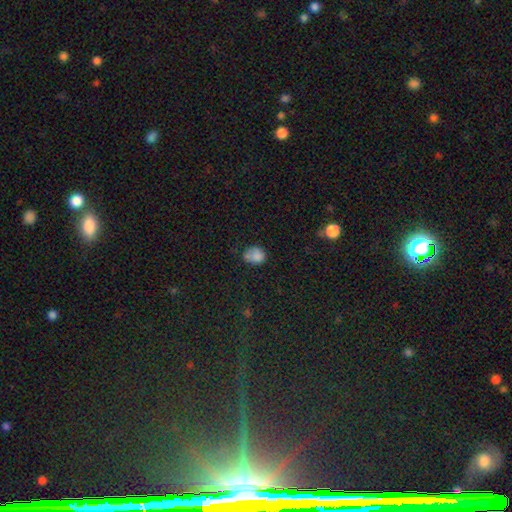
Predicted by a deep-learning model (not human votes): Smooth or featured? Predicted: smooth (p=0.79). How rounded? Predicted: in between (p=0.52). Merging? Predicted: none (p=0.51).